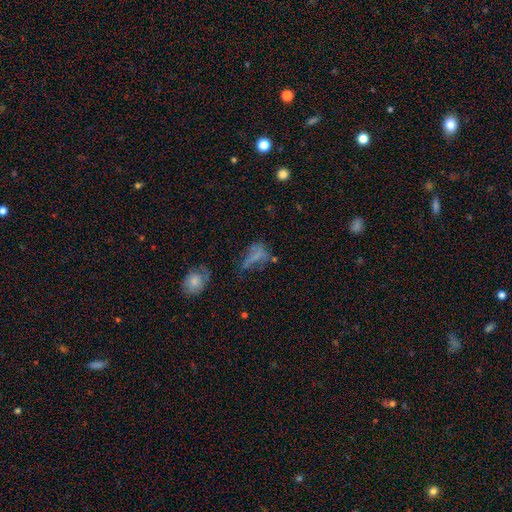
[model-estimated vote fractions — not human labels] This appears to be a smooth galaxy with no disk features (50%) that is in between round and cigar-shaped (63%). Merging: major disturbance (33%).